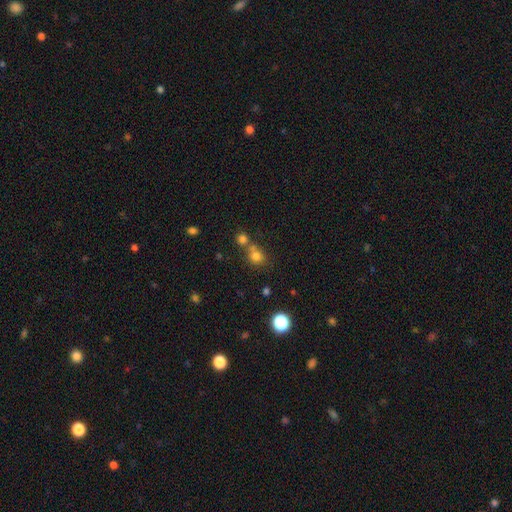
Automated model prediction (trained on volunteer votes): The model was most divided on "merging": none: 48%, merger: 39%, minor disturbance: 9%, major disturbance: 4%. More confident: how rounded — round (76%); smooth or featured — smooth (75%).